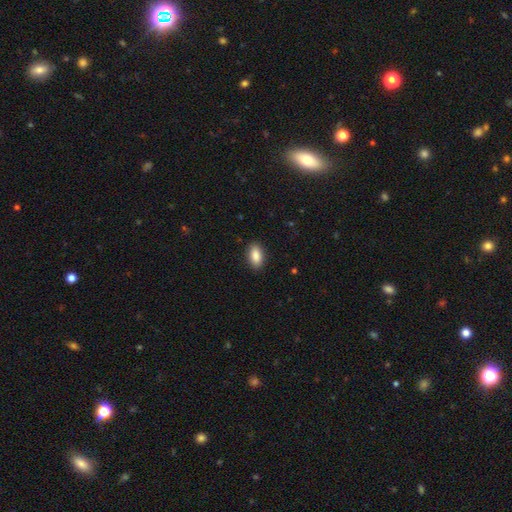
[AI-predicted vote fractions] The model was most divided on "merging": none: 89%, minor disturbance: 8%, major disturbance: 2%, merger: 1%. More confident: how rounded — in between (92%); smooth or featured — smooth (89%).